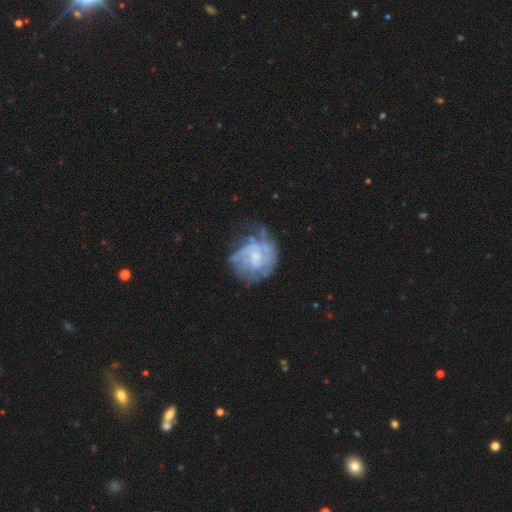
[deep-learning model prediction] Smooth or featured?
  - featured or disk: 75% *
  - smooth: 18%
  - star or artifact: 7%
Edge-on disk?
  - no: 98% *
  - yes: 2%
Bar?
  - no: 59% *
  - weak: 35%
  - strong: 6%
Spiral arms?
  - yes: 77% *
  - no: 23%
Spiral winding?
  - tight: 53% *
  - medium: 33%
  - loose: 14%
Spiral arm count?
  - can't tell: 44% *
  - 2: 27%
  - 3: 12%
  - 1: 10%
  - 4: 4%
  - more than 4: 3%
Bulge size?
  - moderate: 32% *
  - small: 31%
  - none: 30%
  - large: 6%
  - dominant: 1%
Merging?
  - none: 44% *
  - minor disturbance: 26%
  - major disturbance: 26%
  - merger: 4%